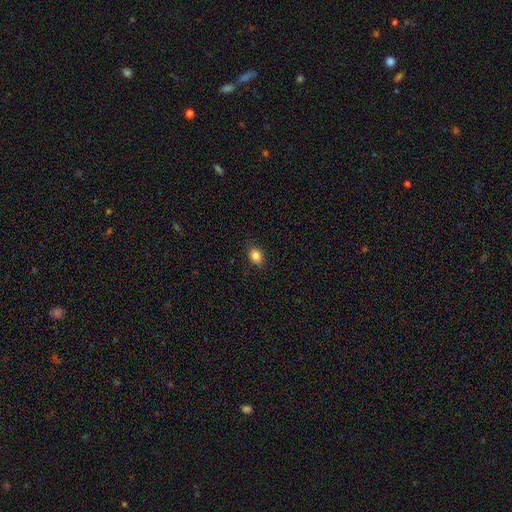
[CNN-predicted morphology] The model was most divided on "how rounded": in between: 59%, round: 40%, cigar-shaped: 1%. More confident: merging — none (87%); smooth or featured — smooth (84%).